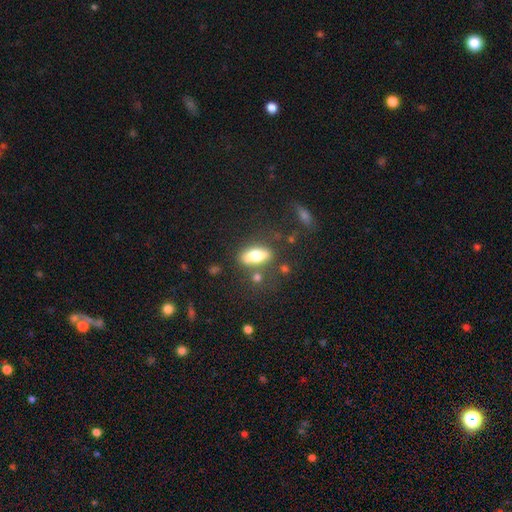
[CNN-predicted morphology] Smooth or featured?
  - smooth: 69% *
  - featured or disk: 23%
  - star or artifact: 8%
How rounded?
  - in between: 78% *
  - cigar-shaped: 17%
  - round: 5%
Merging?
  - none: 67% *
  - minor disturbance: 16%
  - merger: 10%
  - major disturbance: 7%